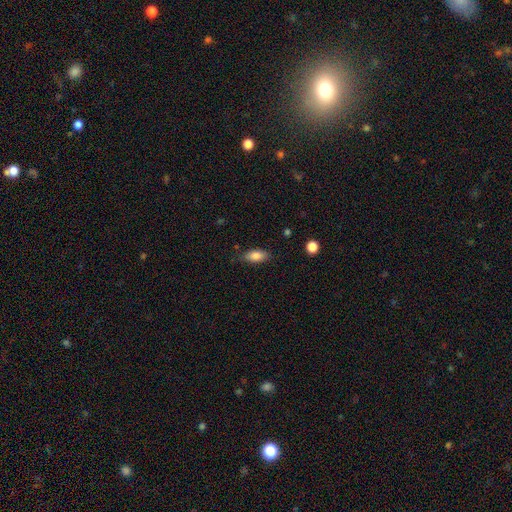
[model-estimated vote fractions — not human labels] This is clearly a smooth galaxy (83%). How rounded: clearly in between (86%). Merging: likely none (79%).